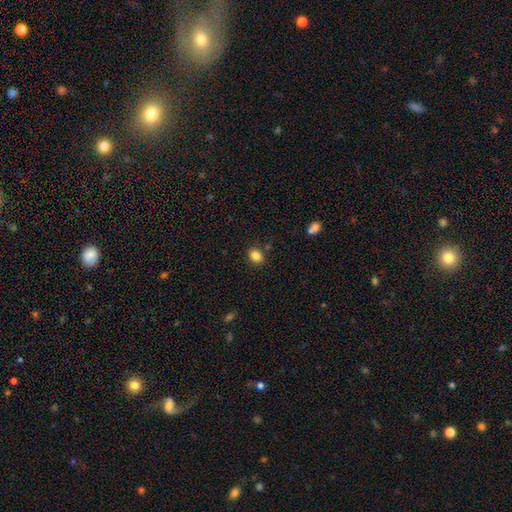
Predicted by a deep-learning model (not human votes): smooth_or_featured: smooth (p=0.86) [alt: star or artifact p=0.10]
how_rounded: in between (p=0.58) [alt: round p=0.41]
merging: none (p=0.84) [alt: minor disturbance p=0.10]